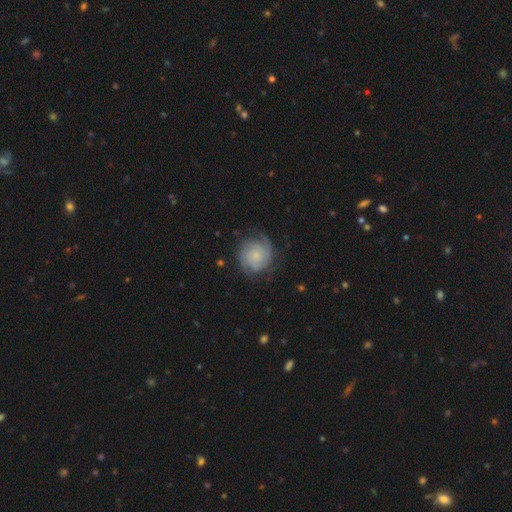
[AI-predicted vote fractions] smooth_or_featured: featured or disk (p=0.73) [alt: smooth p=0.20]
disk_edge_on: no (p=0.98) [alt: yes p=0.02]
bar: no (p=0.77) [alt: weak p=0.20]
has_spiral_arms: yes (p=0.95) [alt: no p=0.05]
spiral_winding: tight (p=0.61) [alt: medium p=0.29]
spiral_arm_count: 2 (p=0.30) [alt: can't tell p=0.26]
bulge_size: small (p=0.66) [alt: moderate p=0.16]
merging: none (p=0.72) [alt: minor disturbance p=0.18]